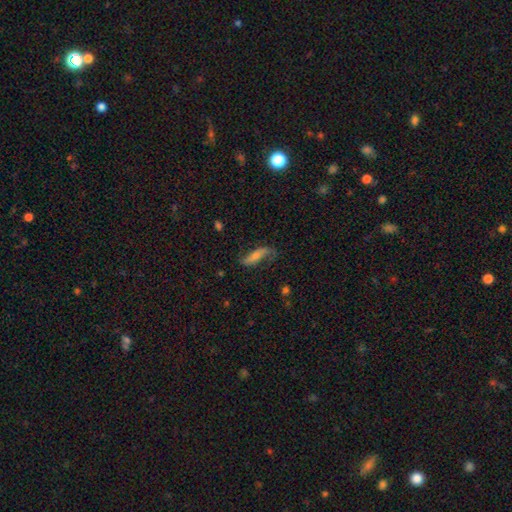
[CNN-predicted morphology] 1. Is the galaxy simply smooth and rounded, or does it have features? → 59% featured or disk, 32% smooth, 10% star or artifact.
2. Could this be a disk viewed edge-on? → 74% no, 26% yes.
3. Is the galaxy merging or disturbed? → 67% none, 21% minor disturbance, 10% major disturbance, 2% merger.